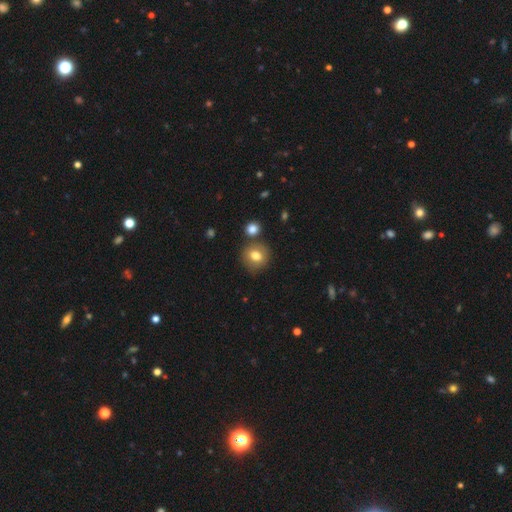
A smooth galaxy with no disk features (80%) that is round (88%). Merging: none (81%).